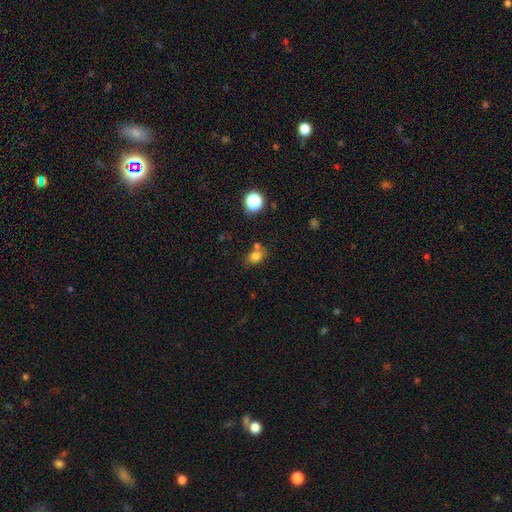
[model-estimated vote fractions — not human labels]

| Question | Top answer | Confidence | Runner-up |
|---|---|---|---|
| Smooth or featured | smooth | 77% | star or artifact (14%) |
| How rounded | in between | 56% | round (43%) |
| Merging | none | 58% | merger (23%) |